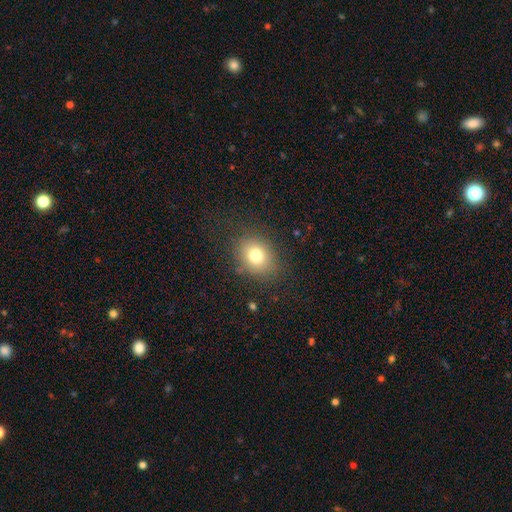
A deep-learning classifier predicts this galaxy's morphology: Smooth or featured?
  - smooth: 76% *
  - star or artifact: 13%
  - featured or disk: 11%
How rounded?
  - round: 53% *
  - in between: 46%
  - cigar-shaped: 1%
Merging?
  - none: 81% *
  - minor disturbance: 12%
  - major disturbance: 5%
  - merger: 1%